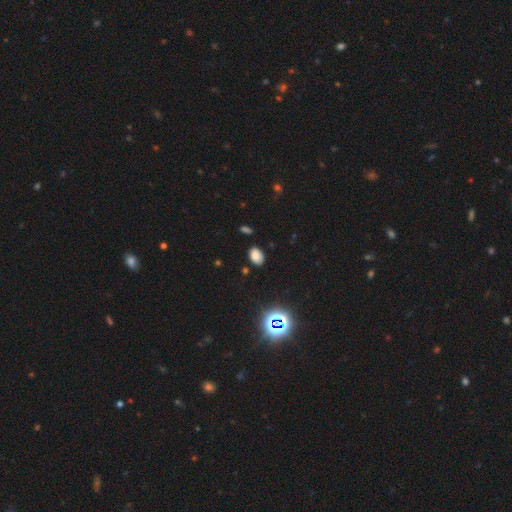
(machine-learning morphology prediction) Smooth or featured?
  - smooth: 76% *
  - star or artifact: 17%
  - featured or disk: 6%
How rounded?
  - in between: 85% *
  - round: 14%
  - cigar-shaped: 1%
Merging?
  - none: 83% *
  - minor disturbance: 12%
  - major disturbance: 3%
  - merger: 2%